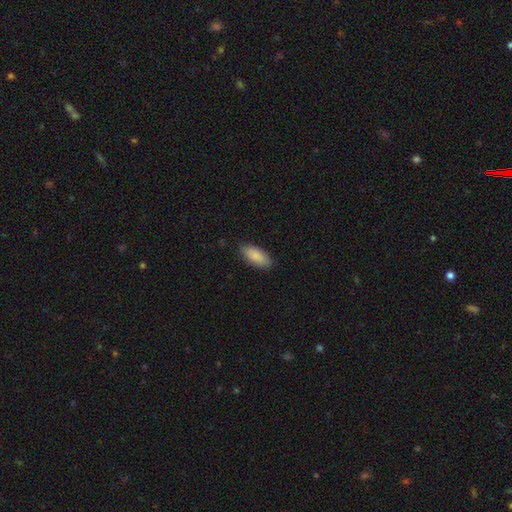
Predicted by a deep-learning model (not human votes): smooth_or_featured: smooth (p=0.87) [alt: featured or disk p=0.07]
how_rounded: in between (p=0.86) [alt: cigar-shaped p=0.12]
merging: none (p=0.86) [alt: minor disturbance p=0.11]